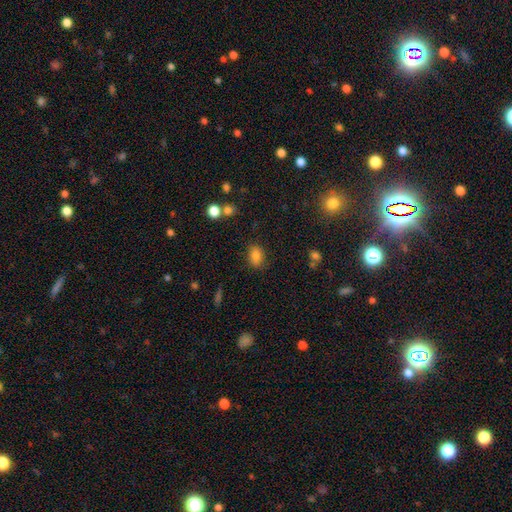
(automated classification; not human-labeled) Smooth or featured?
  - smooth: 81% *
  - star or artifact: 11%
  - featured or disk: 8%
How rounded?
  - in between: 77% *
  - round: 21%
  - cigar-shaped: 2%
Merging?
  - none: 82% *
  - minor disturbance: 12%
  - major disturbance: 3%
  - merger: 3%